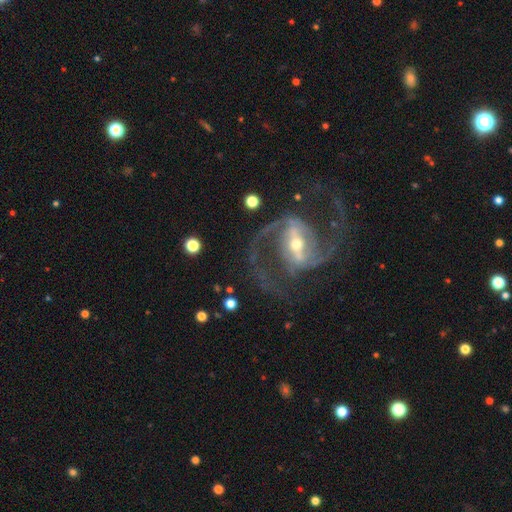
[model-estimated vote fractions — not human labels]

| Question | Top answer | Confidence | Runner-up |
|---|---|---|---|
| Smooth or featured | featured or disk | 91% | star or artifact (6%) |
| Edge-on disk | no | 97% | yes (3%) |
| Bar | strong | 55% | weak (33%) |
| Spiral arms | yes | 98% | no (2%) |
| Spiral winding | medium | 60% | loose (23%) |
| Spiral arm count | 2 | 93% | can't tell (2%) |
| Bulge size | small | 57% | moderate (36%) |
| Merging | none | 76% | minor disturbance (12%) |